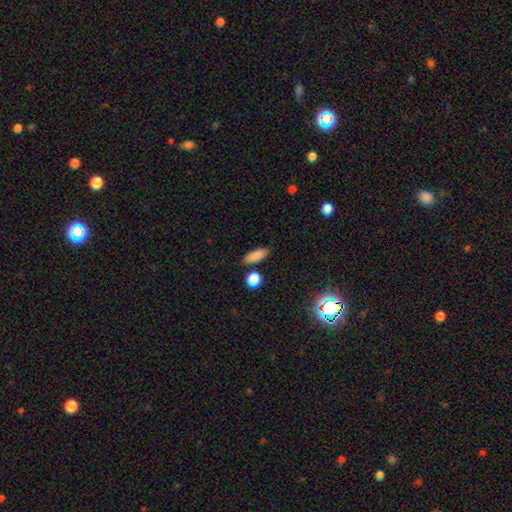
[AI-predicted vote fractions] smooth 86%, star or artifact 9%, featured or disk 6%. Down the decision tree: how rounded — in between (59%); merging — none (83%).